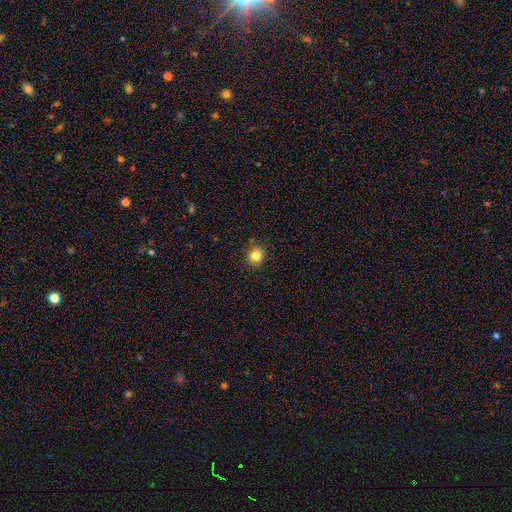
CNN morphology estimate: smooth_or_featured: smooth (p=0.83) [alt: star or artifact p=0.12]
how_rounded: round (p=0.91) [alt: in between p=0.08]
merging: none (p=0.90) [alt: minor disturbance p=0.07]